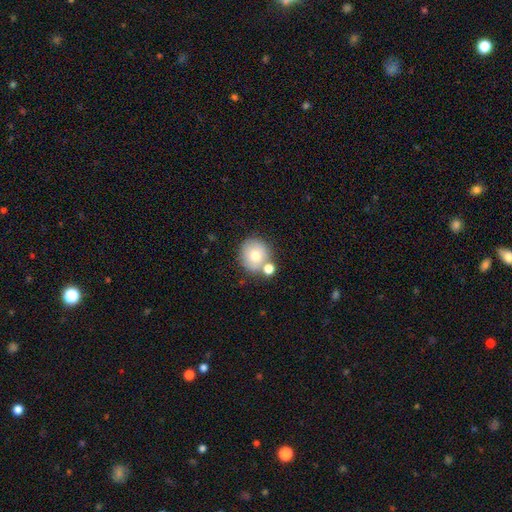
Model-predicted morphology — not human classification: A smooth galaxy with no disk features (74%) that is round (85%). Merging: none (62%).